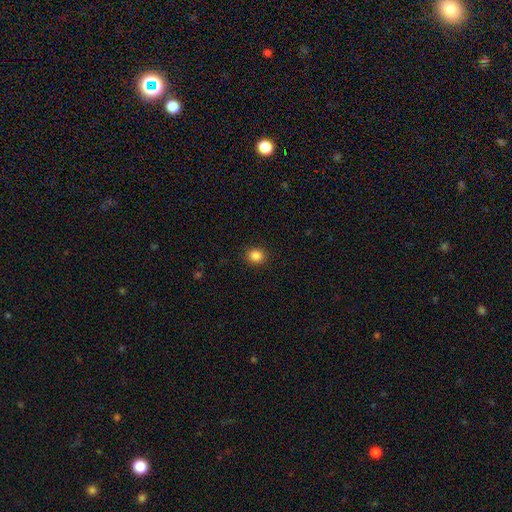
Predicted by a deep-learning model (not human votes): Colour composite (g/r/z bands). It shows a smooth galaxy with no disk features (86%) that is round (76%). Merging: none (91%).